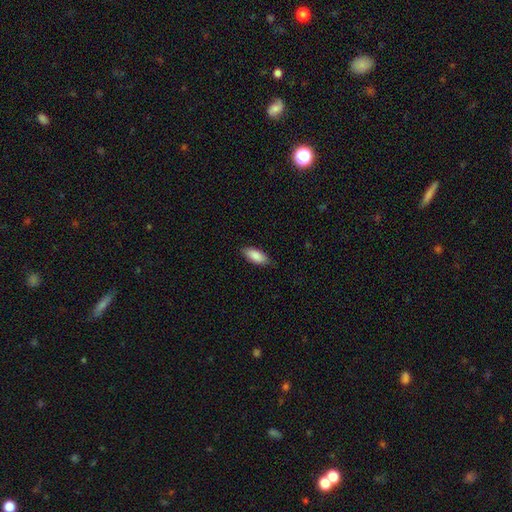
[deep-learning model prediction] The model was most divided on "how rounded": in between: 82%, cigar-shaped: 16%, round: 2%. More confident: smooth or featured — smooth (87%); merging — none (84%).